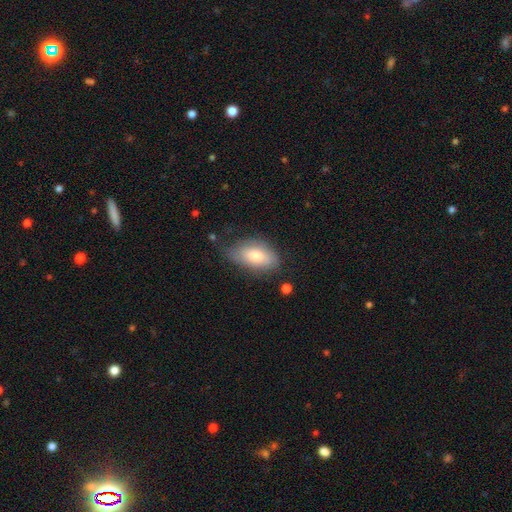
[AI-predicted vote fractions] Smooth or featured?
  - smooth: 74% *
  - featured or disk: 19%
  - star or artifact: 7%
How rounded?
  - in between: 92% *
  - cigar-shaped: 4%
  - round: 4%
Merging?
  - none: 60% *
  - minor disturbance: 30%
  - major disturbance: 8%
  - merger: 2%